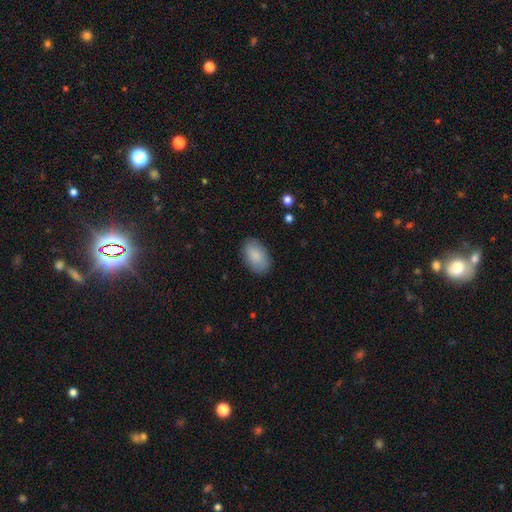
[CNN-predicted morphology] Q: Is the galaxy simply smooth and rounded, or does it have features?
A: smooth — 85%.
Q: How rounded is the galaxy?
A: in between — 92%.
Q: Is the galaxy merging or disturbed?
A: none — 85%.